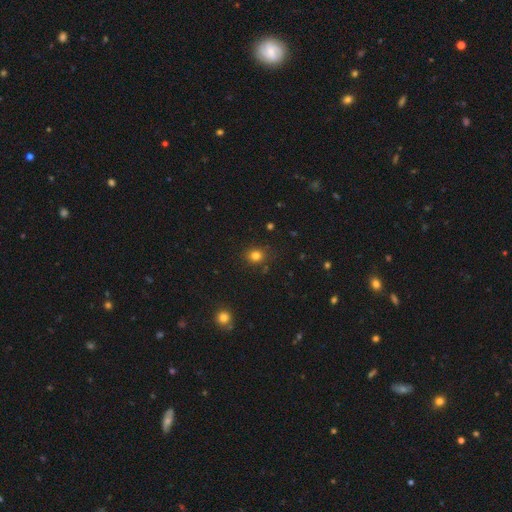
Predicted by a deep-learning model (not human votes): smooth 80%, star or artifact 14%, featured or disk 6%. Down the decision tree: how rounded — round (75%); merging — none (84%).